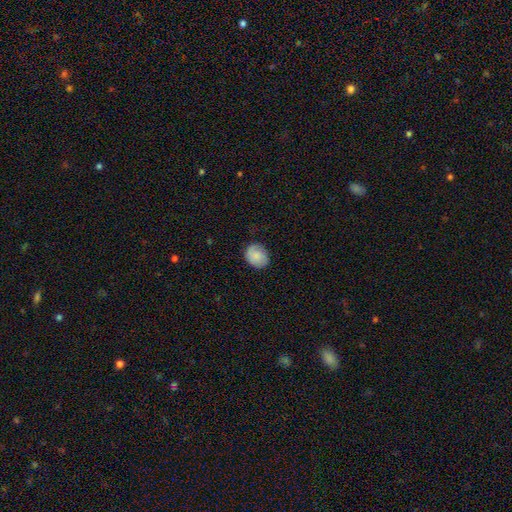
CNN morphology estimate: A smooth galaxy with no disk features (72%) that is round (57%). Merging: none (77%).